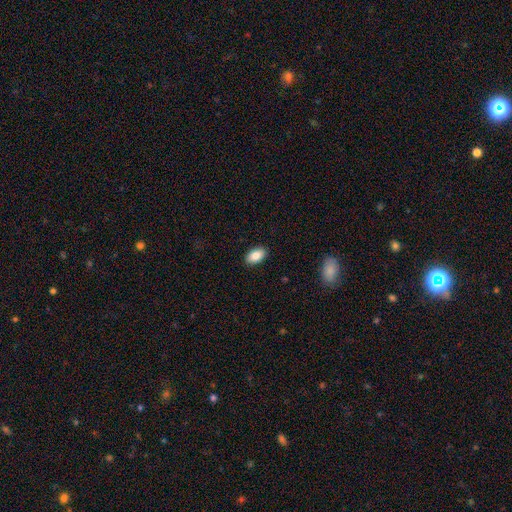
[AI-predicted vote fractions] This is clearly a smooth galaxy (85%). How rounded: clearly in between (93%). Merging: clearly none (89%).